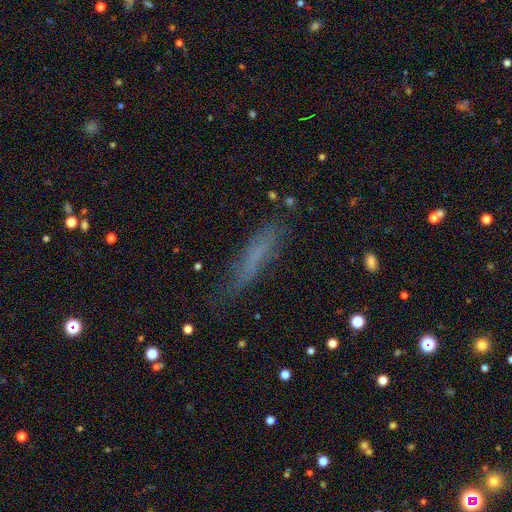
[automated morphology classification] Smooth or featured: smooth — 58% (featured or disk — 26%)
How rounded: cigar-shaped — 82% (in between — 16%)
Merging: none — 61% (minor disturbance — 25%)